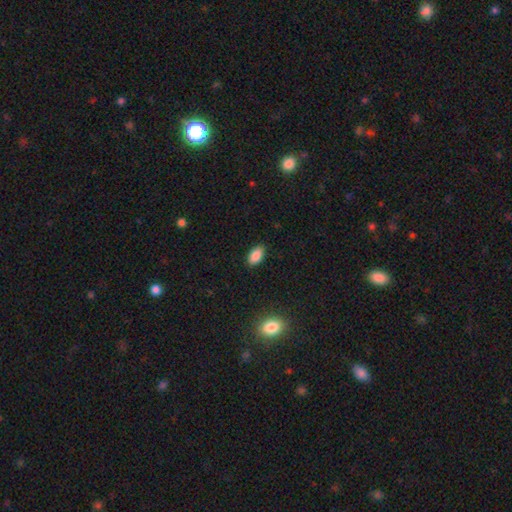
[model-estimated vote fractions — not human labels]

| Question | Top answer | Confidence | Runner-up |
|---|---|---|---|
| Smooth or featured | smooth | 88% | star or artifact (8%) |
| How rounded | in between | 93% | round (4%) |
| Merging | none | 87% | minor disturbance (10%) |